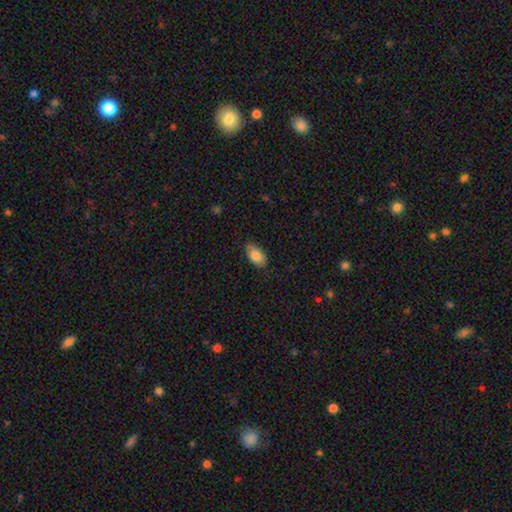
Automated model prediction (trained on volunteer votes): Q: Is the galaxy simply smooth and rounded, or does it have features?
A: smooth — 81%.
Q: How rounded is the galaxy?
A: in between — 94%.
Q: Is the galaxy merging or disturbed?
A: none — 77%.